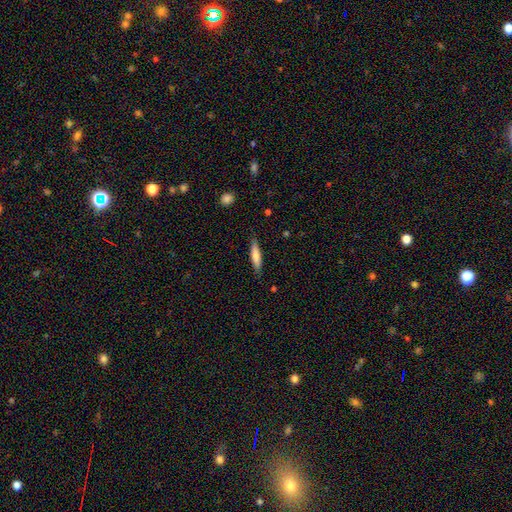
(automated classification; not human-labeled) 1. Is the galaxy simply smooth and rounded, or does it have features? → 74% smooth, 20% featured or disk, 6% star or artifact.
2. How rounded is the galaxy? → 81% cigar-shaped, 18% in between, 1% round.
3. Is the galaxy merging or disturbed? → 86% none, 11% minor disturbance, 2% major disturbance, 1% merger.